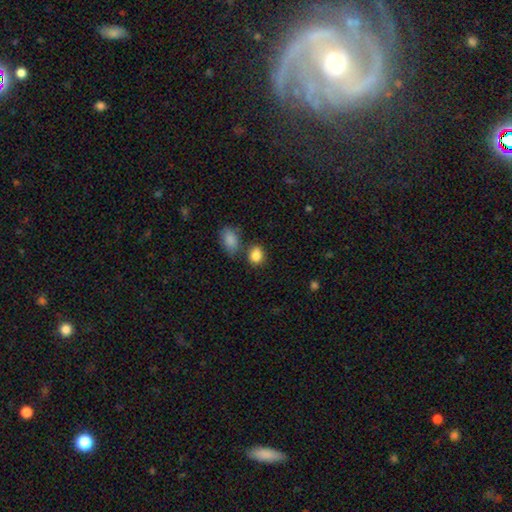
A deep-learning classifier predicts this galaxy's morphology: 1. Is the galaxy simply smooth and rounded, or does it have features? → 86% smooth, 9% star or artifact, 5% featured or disk.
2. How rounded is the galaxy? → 55% in between, 44% round, 1% cigar-shaped.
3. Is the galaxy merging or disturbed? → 67% none, 15% merger, 14% minor disturbance, 4% major disturbance.